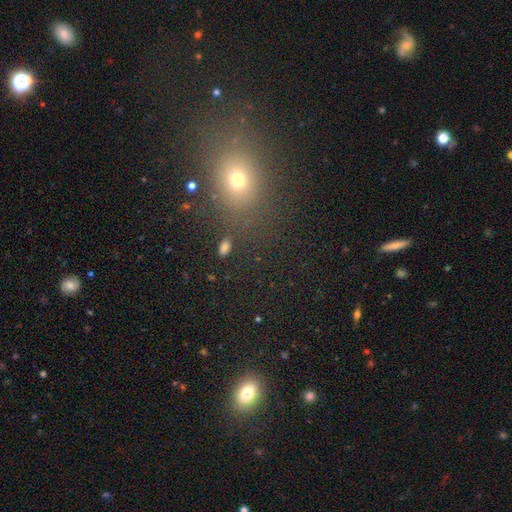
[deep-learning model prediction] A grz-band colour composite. It shows a smooth galaxy with no disk features (57%) that is in between round and cigar-shaped (51%). Merging: none (81%).